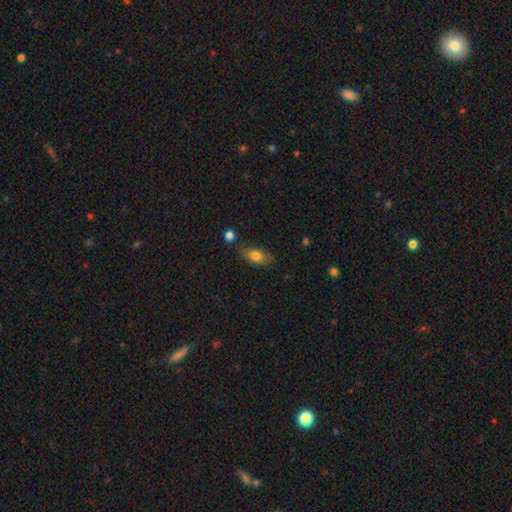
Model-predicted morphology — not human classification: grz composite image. It shows a smooth galaxy with no disk features (77%) that is in between round and cigar-shaped (83%). Merging: none (74%).